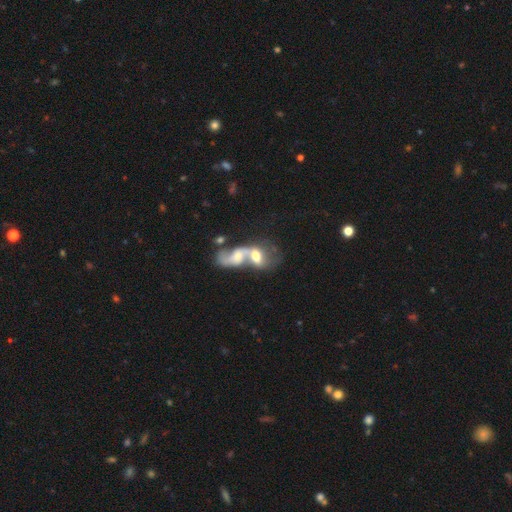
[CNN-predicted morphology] Smooth or featured?
  - featured or disk: 55% *
  - smooth: 36%
  - star or artifact: 9%
Edge-on disk?
  - no: 95% *
  - yes: 5%
Bar?
  - no: 56% *
  - weak: 32%
  - strong: 12%
Spiral arms?
  - yes: 62% *
  - no: 38%
Bulge size?
  - moderate: 54% *
  - small: 22%
  - large: 15%
  - none: 7%
  - dominant: 3%
Merging?
  - merger: 80% *
  - none: 8%
  - major disturbance: 7%
  - minor disturbance: 4%